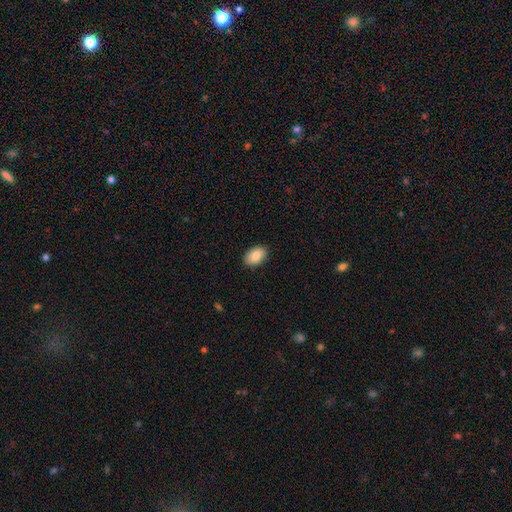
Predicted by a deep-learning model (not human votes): Morphology: type=smooth (86%); roundness=in between (88%); merging=none (89%).